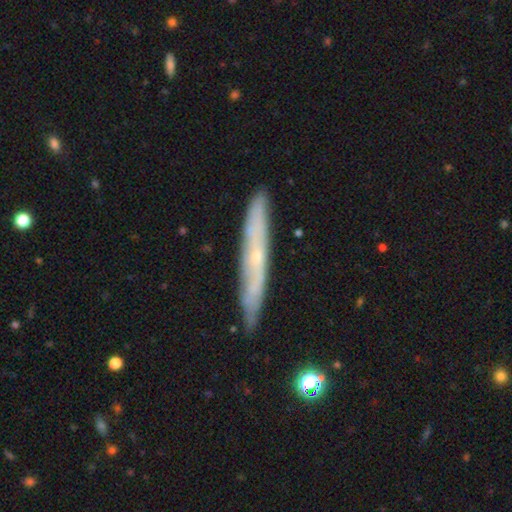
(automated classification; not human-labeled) A featured or disk galaxy (64%) viewed edge-on (76%).

Vote fractions:
- Smooth or featured? featured or disk: 64% / smooth: 29% / star or artifact: 7%
- Edge-on disk? yes: 76% / no: 24%
- Merging? none: 85% / minor disturbance: 11% / major disturbance: 2% / merger: 1%